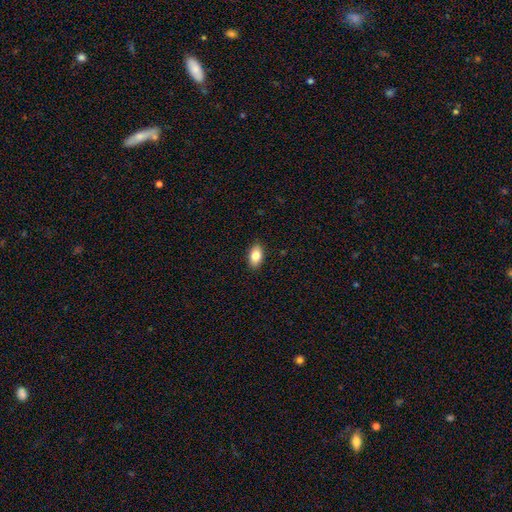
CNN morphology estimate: Smooth or featured?
  - smooth: 84% *
  - featured or disk: 9%
  - star or artifact: 7%
How rounded?
  - in between: 92% *
  - round: 6%
  - cigar-shaped: 2%
Merging?
  - none: 90% *
  - minor disturbance: 8%
  - major disturbance: 2%
  - merger: 1%